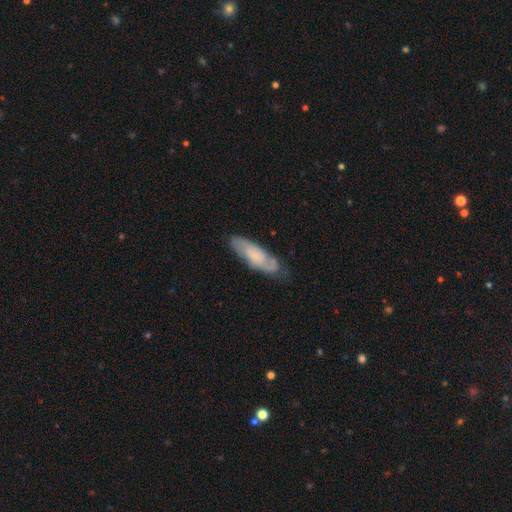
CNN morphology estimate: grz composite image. It shows a featured or disk galaxy (49%). Merging: none (71%).